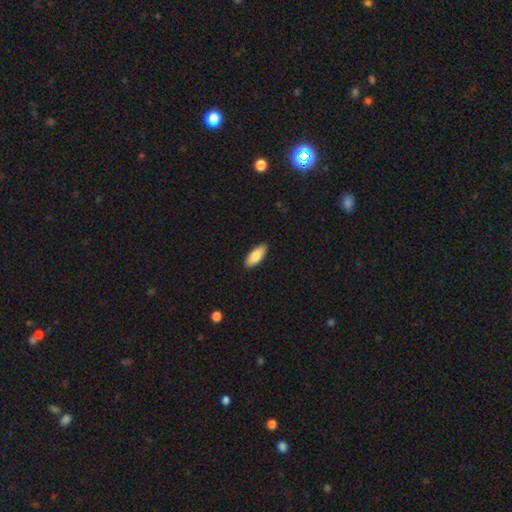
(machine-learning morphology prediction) The model was most divided on "how rounded": in between: 82%, cigar-shaped: 16%, round: 2%. More confident: merging — none (89%); smooth or featured — smooth (83%).